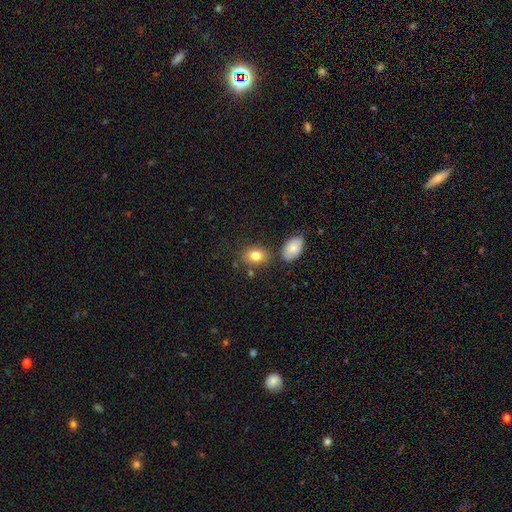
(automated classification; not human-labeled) Smooth or featured: smooth — 82% (featured or disk — 10%)
How rounded: in between — 72% (round — 26%)
Merging: none — 72% (minor disturbance — 13%)